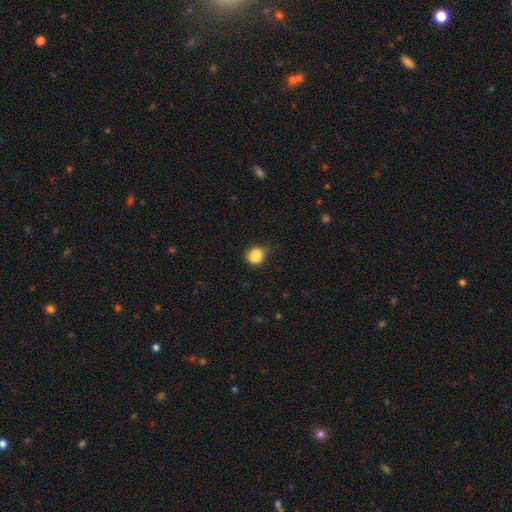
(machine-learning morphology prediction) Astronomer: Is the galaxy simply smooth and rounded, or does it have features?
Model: smooth — 85%.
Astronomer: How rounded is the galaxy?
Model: round — 68%.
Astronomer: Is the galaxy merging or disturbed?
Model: none — 61%.